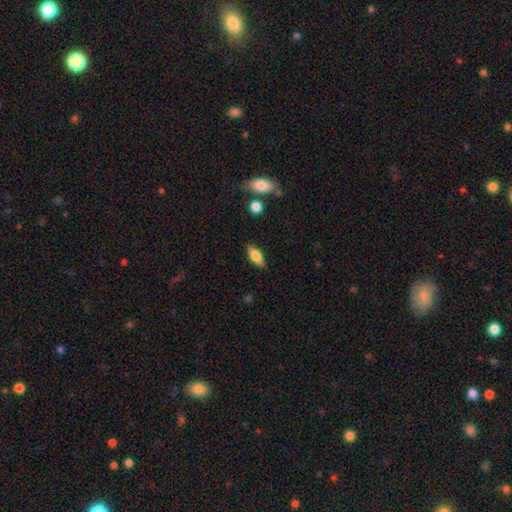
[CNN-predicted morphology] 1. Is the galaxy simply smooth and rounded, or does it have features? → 79% smooth, 14% featured or disk, 7% star or artifact.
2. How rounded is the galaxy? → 82% in between, 15% cigar-shaped, 3% round.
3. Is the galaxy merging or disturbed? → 85% none, 11% minor disturbance, 2% major disturbance, 2% merger.